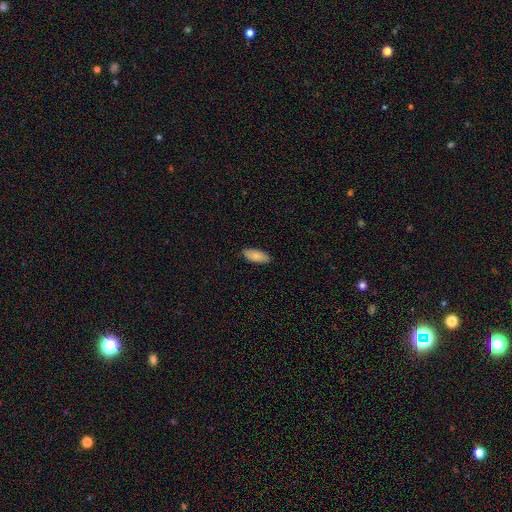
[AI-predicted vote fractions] Smooth or featured: smooth — 86% (featured or disk — 9%)
How rounded: in between — 85% (cigar-shaped — 13%)
Merging: none — 88% (minor disturbance — 9%)